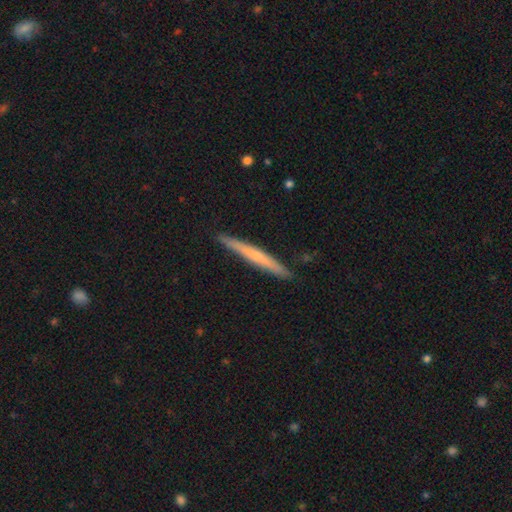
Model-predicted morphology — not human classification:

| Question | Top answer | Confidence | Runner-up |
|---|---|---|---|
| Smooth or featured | featured or disk | 48% | smooth (47%) |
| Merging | none | 91% | minor disturbance (7%) |